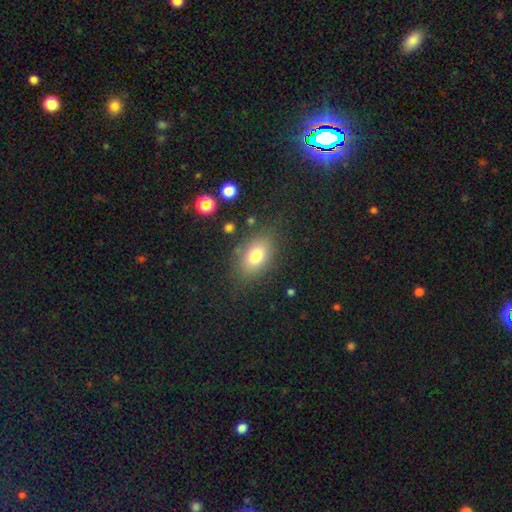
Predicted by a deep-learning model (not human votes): Smooth or featured? Predicted: smooth (p=0.76). How rounded? Predicted: in between (p=0.83). Merging? Predicted: none (p=0.79).